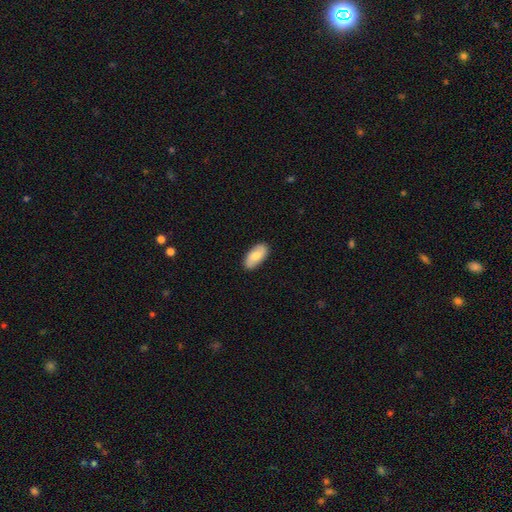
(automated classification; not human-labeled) Smooth or featured: smooth — 70% (featured or disk — 25%)
How rounded: in between — 92% (cigar-shaped — 5%)
Merging: none — 87% (minor disturbance — 10%)